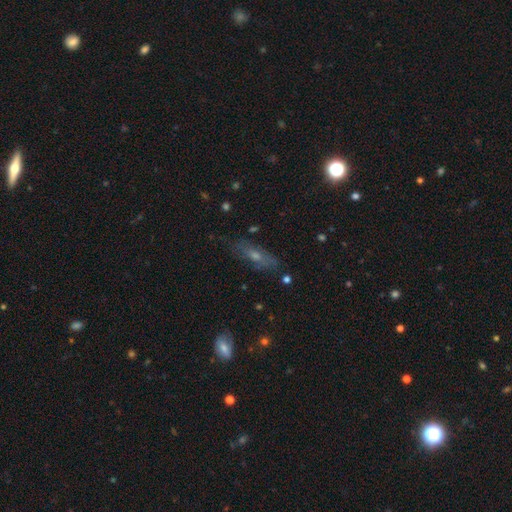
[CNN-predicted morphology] This is possibly a featured or disk galaxy (47%). Merging: likely none (77%).